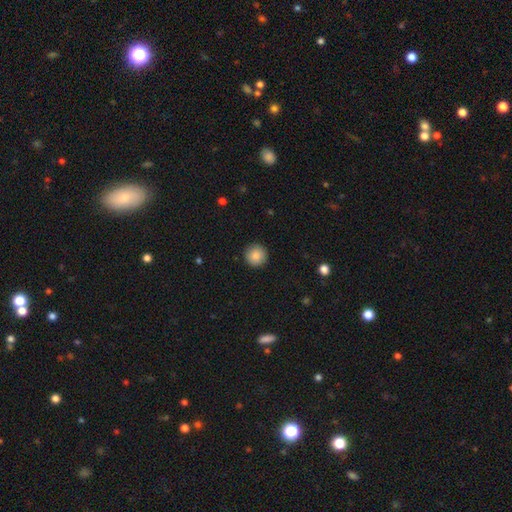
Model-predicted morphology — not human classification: A smooth galaxy with no disk features (87%) that is round (96%). Merging: none (91%).